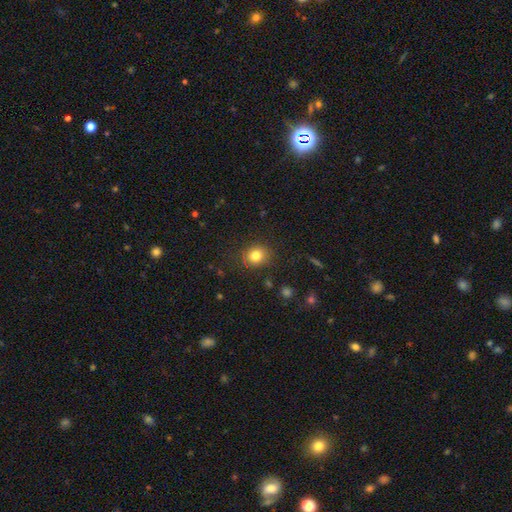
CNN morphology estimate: smooth-or-featured: smooth: 81% | star or artifact: 12% | featured or disk: 7%
  how-rounded: round: 77% | in between: 22% | cigar-shaped: 1%
  merging: none: 86% | minor disturbance: 9% | major disturbance: 3% | merger: 1%